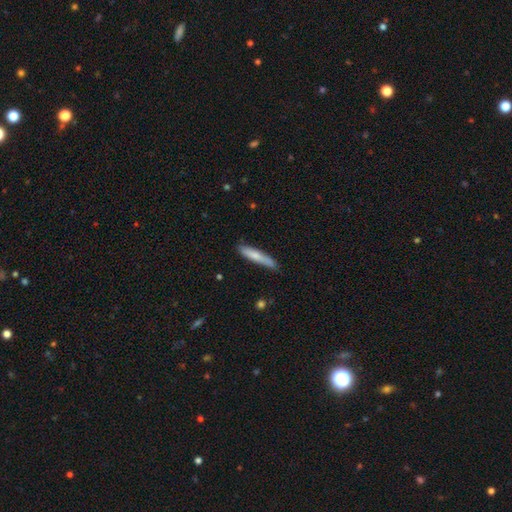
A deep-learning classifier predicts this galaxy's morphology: Overall: smooth (71%). How rounded: cigar-shaped (90%). Merging: none (77%).